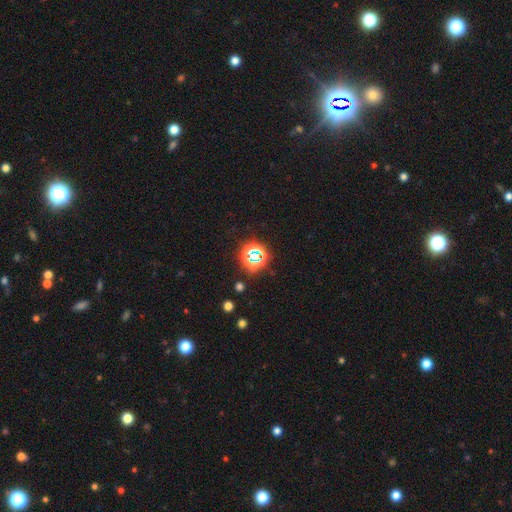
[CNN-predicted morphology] Q: Smooth or featured?
A: star or artifact (70%); runner-up: smooth (21%)